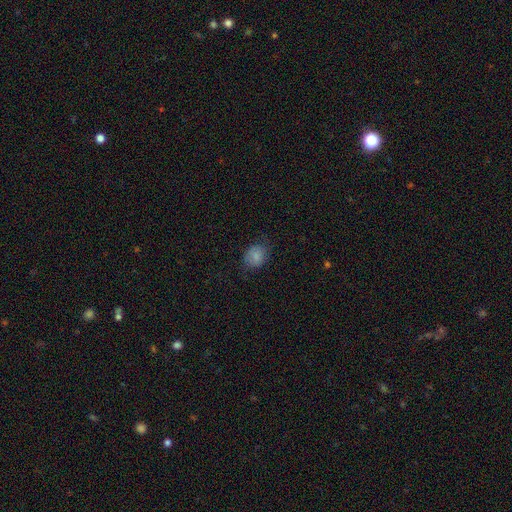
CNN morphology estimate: The model was most divided on "how rounded": round: 53%, in between: 46%, cigar-shaped: 1%. More confident: smooth or featured — smooth (82%); merging — none (71%).